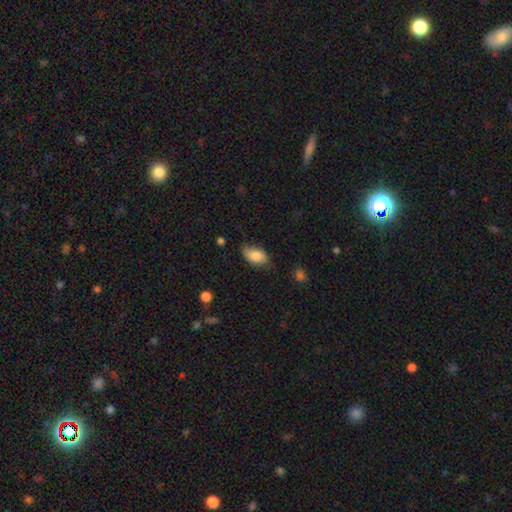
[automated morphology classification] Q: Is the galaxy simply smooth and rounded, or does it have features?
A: smooth — 81%.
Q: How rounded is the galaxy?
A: in between — 92%.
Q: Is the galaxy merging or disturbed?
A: none — 63%.